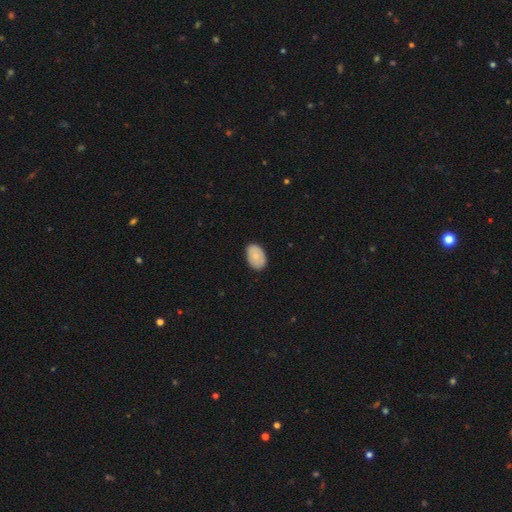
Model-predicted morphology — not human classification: Overall: smooth (78%). How rounded: in between (86%). Merging: none (83%).